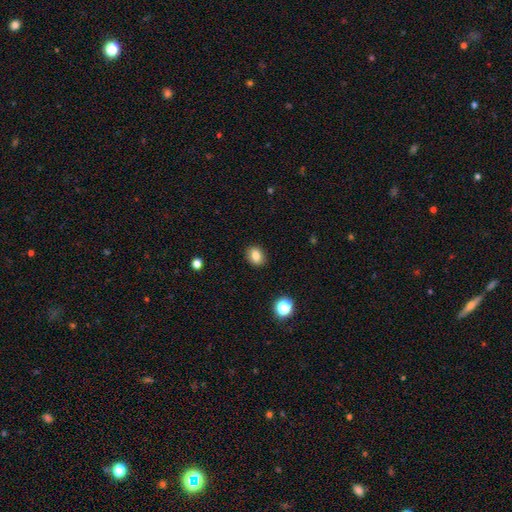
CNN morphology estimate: Q: Smooth or featured?
A: smooth (83%); runner-up: star or artifact (11%)
Q: How rounded?
A: in between (55%); runner-up: round (44%)
Q: Merging?
A: none (89%); runner-up: minor disturbance (8%)